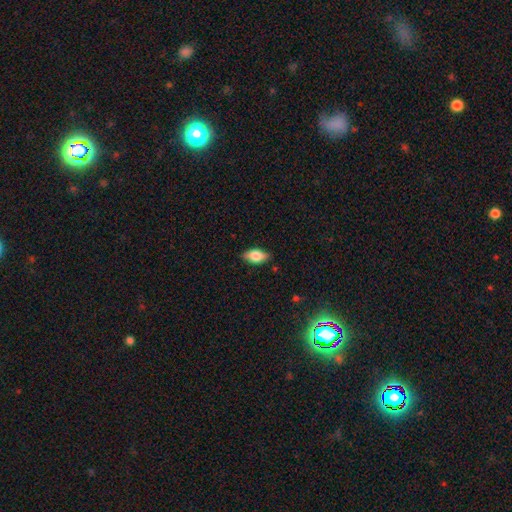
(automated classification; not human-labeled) Smooth or featured? Predicted: smooth (p=0.76). How rounded? Predicted: in between (p=0.89). Merging? Predicted: none (p=0.83).